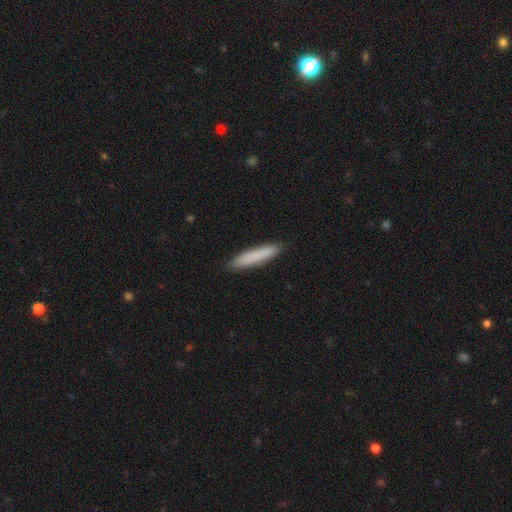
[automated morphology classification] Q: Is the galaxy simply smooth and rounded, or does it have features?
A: smooth — 84%.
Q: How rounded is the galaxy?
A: cigar-shaped — 89%.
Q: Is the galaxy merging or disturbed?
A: none — 90%.